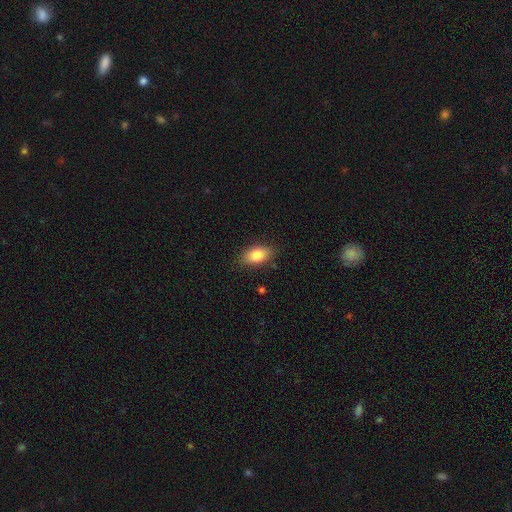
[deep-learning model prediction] Q: Smooth or featured?
A: smooth (84%); runner-up: featured or disk (9%)
Q: How rounded?
A: in between (90%); runner-up: round (6%)
Q: Merging?
A: none (84%); runner-up: minor disturbance (12%)